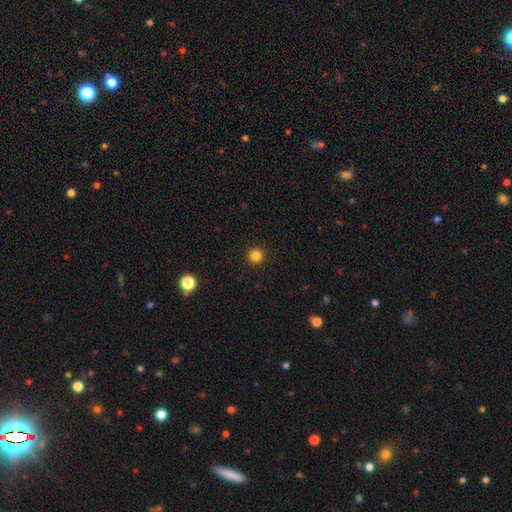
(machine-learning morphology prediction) This is clearly a smooth galaxy (84%). How rounded: clearly round (96%). Merging: clearly none (93%).